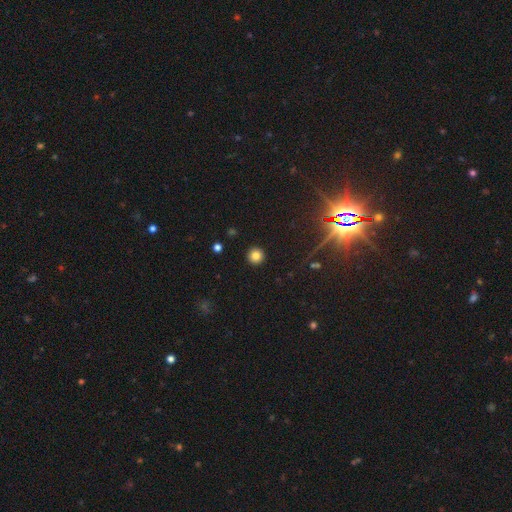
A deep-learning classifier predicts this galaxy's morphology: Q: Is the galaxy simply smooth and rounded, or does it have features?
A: smooth — 80%.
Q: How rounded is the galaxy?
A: round — 96%.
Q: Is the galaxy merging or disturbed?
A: none — 93%.